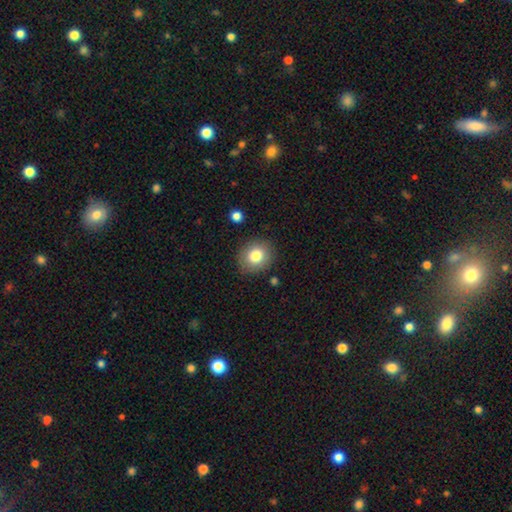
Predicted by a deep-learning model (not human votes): Q: Smooth or featured?
A: smooth (80%); runner-up: featured or disk (11%)
Q: How rounded?
A: round (73%); runner-up: in between (26%)
Q: Merging?
A: none (86%); runner-up: minor disturbance (10%)